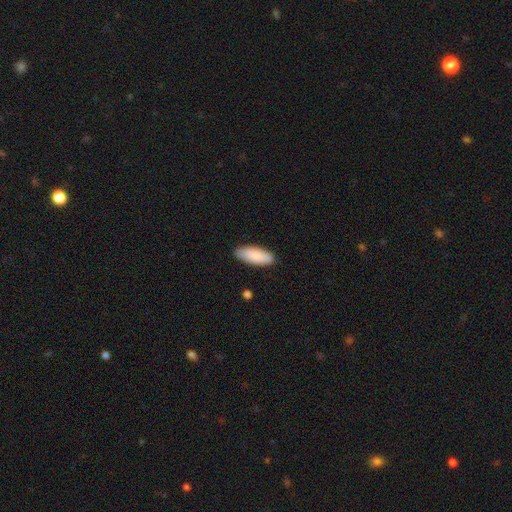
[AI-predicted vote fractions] Q: Smooth or featured?
A: smooth (88%); runner-up: featured or disk (6%)
Q: How rounded?
A: in between (75%); runner-up: cigar-shaped (24%)
Q: Merging?
A: none (87%); runner-up: minor disturbance (10%)